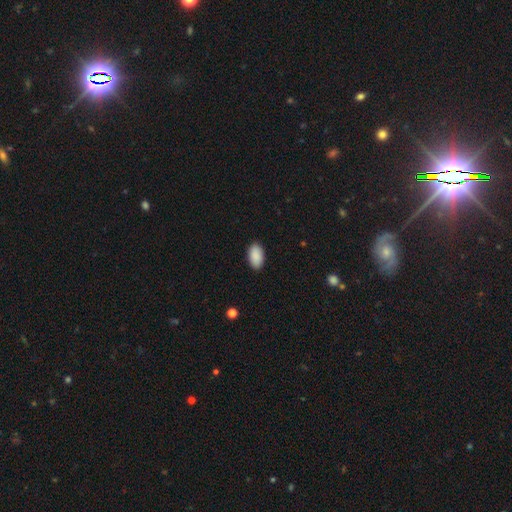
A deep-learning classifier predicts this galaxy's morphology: A smooth galaxy with no disk features (91%) that is in between round and cigar-shaped (95%).

Vote fractions:
- Smooth or featured? smooth: 91% / star or artifact: 6% / featured or disk: 3%
- How rounded? in between: 95% / round: 4% / cigar-shaped: 2%
- Merging? none: 89% / minor disturbance: 8% / major disturbance: 2% / merger: 1%